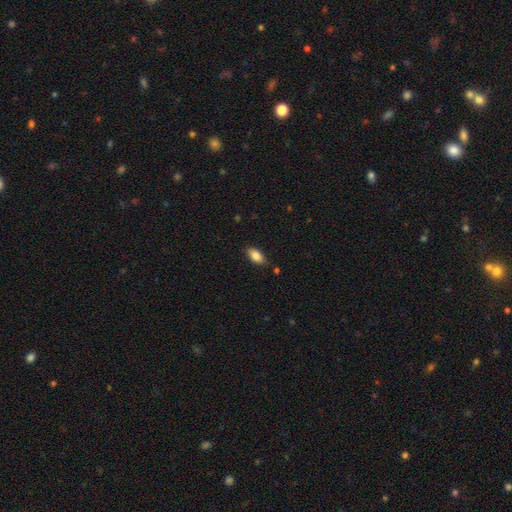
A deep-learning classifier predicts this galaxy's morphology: The model was most divided on "merging": none: 84%, minor disturbance: 12%, major disturbance: 2%, merger: 2%. More confident: how rounded — in between (91%); smooth or featured — smooth (86%).